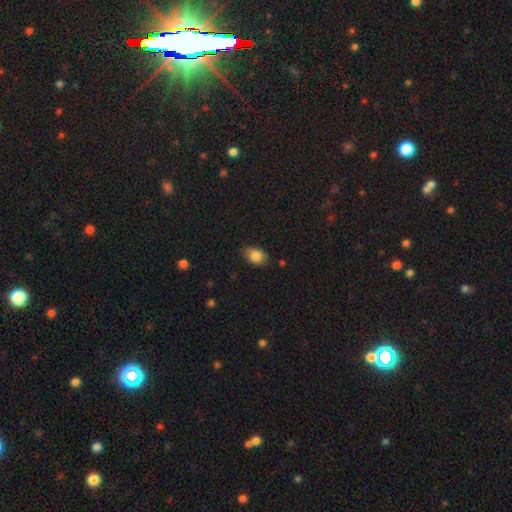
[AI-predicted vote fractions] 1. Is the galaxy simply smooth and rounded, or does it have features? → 85% smooth, 8% star or artifact, 6% featured or disk.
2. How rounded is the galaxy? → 77% in between, 22% round, 1% cigar-shaped.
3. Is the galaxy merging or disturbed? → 77% none, 19% minor disturbance, 3% major disturbance, 1% merger.